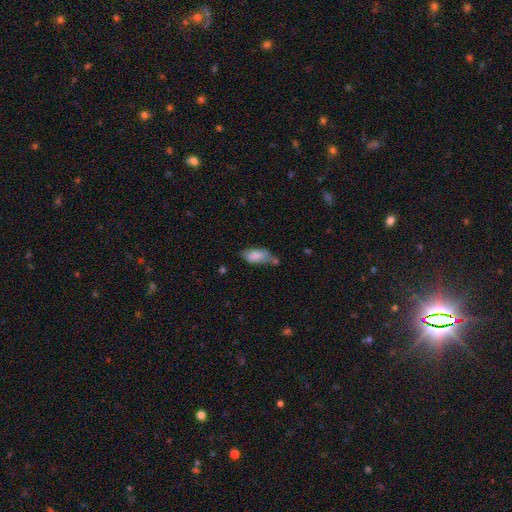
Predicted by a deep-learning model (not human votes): Smooth or featured? Predicted: smooth (p=0.80). How rounded? Predicted: in between (p=0.86). Merging? Predicted: none (p=0.37).